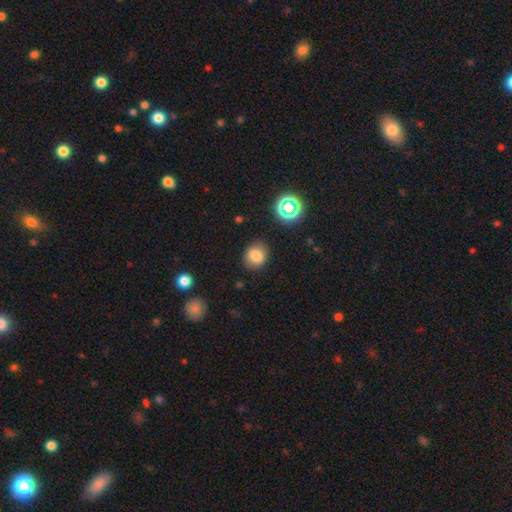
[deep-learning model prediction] Morphology: type=smooth (80%); roundness=round (75%); merging=none (85%).